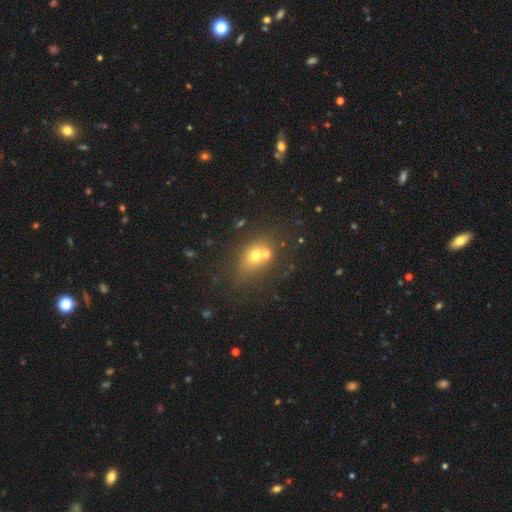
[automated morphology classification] smooth_or_featured: smooth (p=0.60) [alt: featured or disk p=0.22]
how_rounded: round (p=0.50) [alt: in between p=0.48]
merging: none (p=0.46) [alt: merger p=0.38]